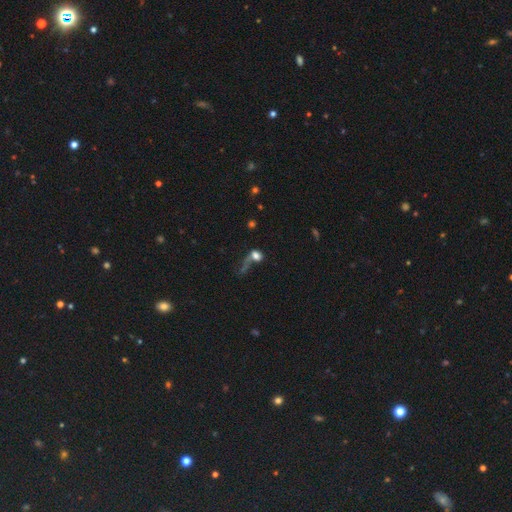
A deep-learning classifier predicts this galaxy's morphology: Smooth or featured? Predicted: smooth (p=0.63). How rounded? Predicted: in between (p=0.47, tied with round). Merging? Predicted: major disturbance (p=0.35).